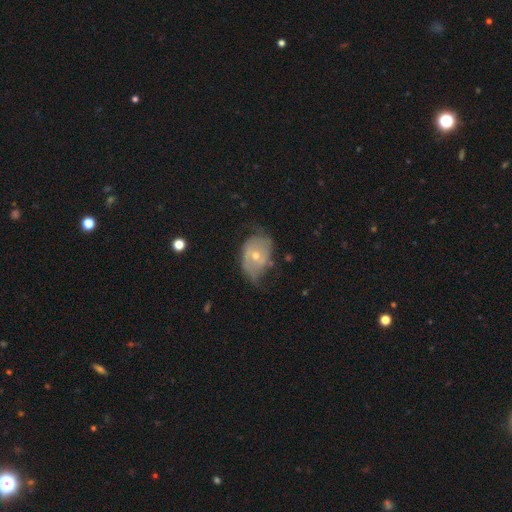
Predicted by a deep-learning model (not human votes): Smooth or featured: featured or disk — 62% (smooth — 29%)
Edge-on disk: no — 95% (yes — 5%)
Bar: no — 74% (weak — 21%)
Spiral arms: yes — 64% (no — 36%)
Bulge size: small — 51% (moderate — 46%)
Merging: none — 40% (minor disturbance — 35%)